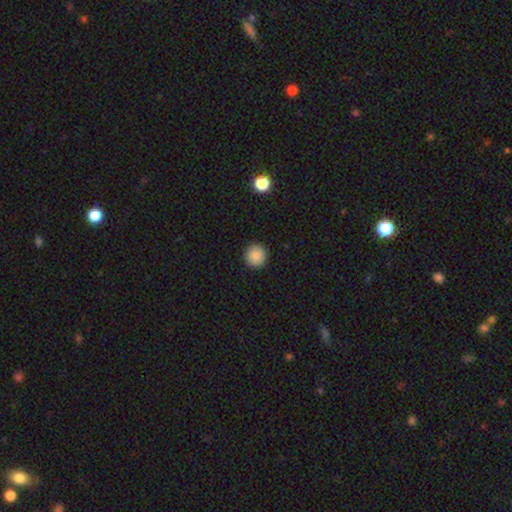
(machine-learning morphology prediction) A smooth galaxy with no disk features (88%) that is round (95%).

Vote fractions:
- Smooth or featured? smooth: 88% / star or artifact: 9% / featured or disk: 3%
- How rounded? round: 95% / in between: 4% / cigar-shaped: 1%
- Merging? none: 93% / minor disturbance: 5% / major disturbance: 2% / merger: 1%